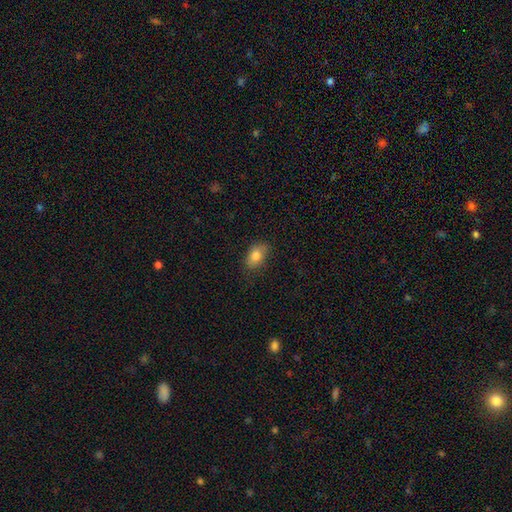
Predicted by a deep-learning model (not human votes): The model was most divided on "merging": none: 75%, minor disturbance: 19%, major disturbance: 4%, merger: 1%. More confident: how rounded — in between (86%); smooth or featured — smooth (83%).